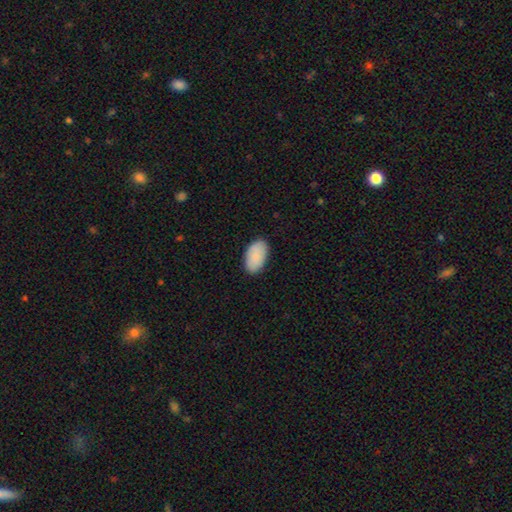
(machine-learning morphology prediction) Smooth or featured? smooth (89%)
How rounded? in between (95%)
Merging? none (86%)